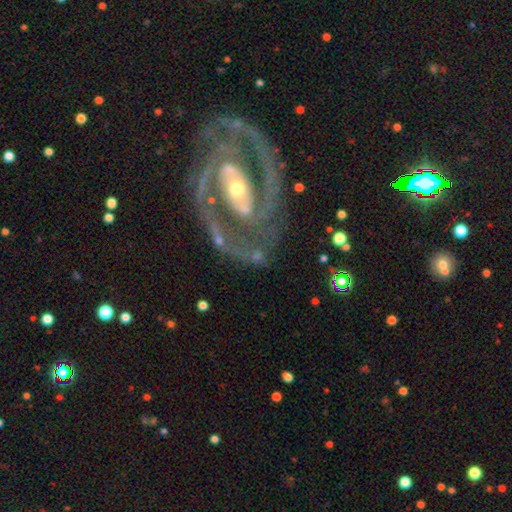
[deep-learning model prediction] smooth-or-featured: featured or disk: 88% | smooth: 7% | star or artifact: 5%
  disk-edge-on: no: 97% | yes: 3%
    bar: strong: 37% | no: 33% | weak: 30%
    has-spiral-arms: yes: 91% | no: 9%
      spiral-winding: medium: 49% | tight: 34% | loose: 17%
      spiral-arm-count: 2: 87% | can't tell: 4% | 3: 3% | 1: 2% | 4: 2% | more than 4: 2%
    bulge-size: moderate: 61% | small: 30% | large: 6% | dominant: 1% | none: 1%
  merging: none: 68% | minor disturbance: 15% | major disturbance: 13% | merger: 4%